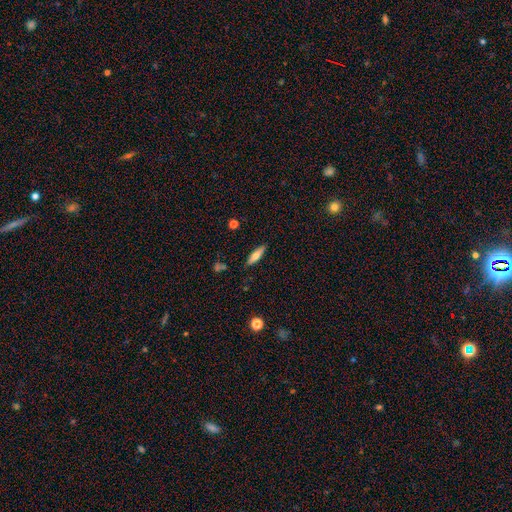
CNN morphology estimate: The model was most divided on "smooth or featured": smooth: 61%, featured or disk: 33%, star or artifact: 7%. More confident: merging — none (88%); how rounded — cigar-shaped (66%).